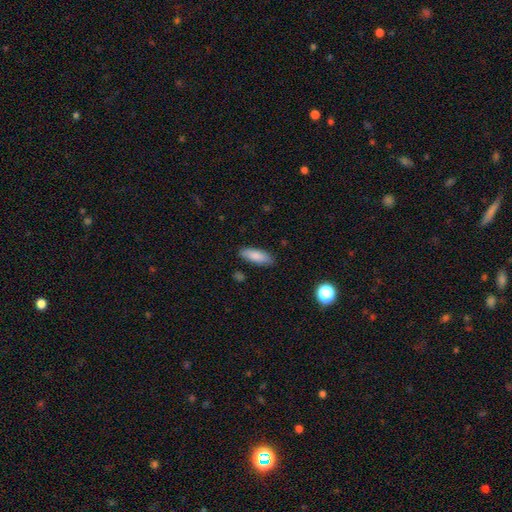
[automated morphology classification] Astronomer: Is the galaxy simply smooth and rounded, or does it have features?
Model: smooth — 86%.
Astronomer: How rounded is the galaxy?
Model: in between — 68%.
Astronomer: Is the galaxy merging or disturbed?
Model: none — 86%.